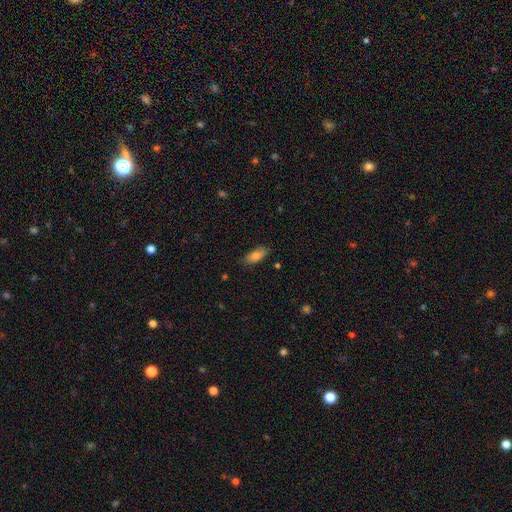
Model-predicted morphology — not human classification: Q: Smooth or featured?
A: smooth (81%); runner-up: featured or disk (11%)
Q: How rounded?
A: in between (82%); runner-up: cigar-shaped (15%)
Q: Merging?
A: none (79%); runner-up: minor disturbance (17%)